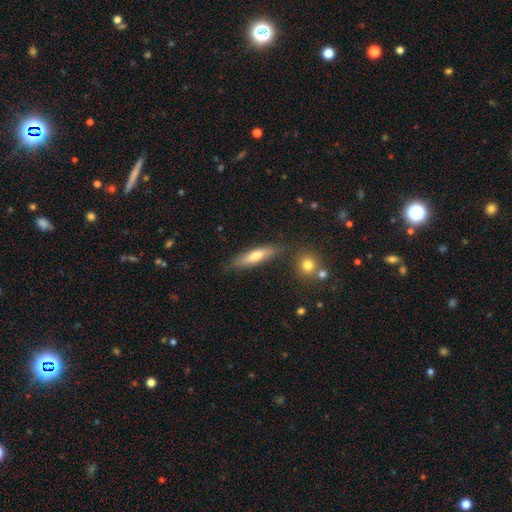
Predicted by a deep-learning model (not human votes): This is likely a smooth galaxy (65%). How rounded: likely cigar-shaped (69%). Merging: likely none (79%).